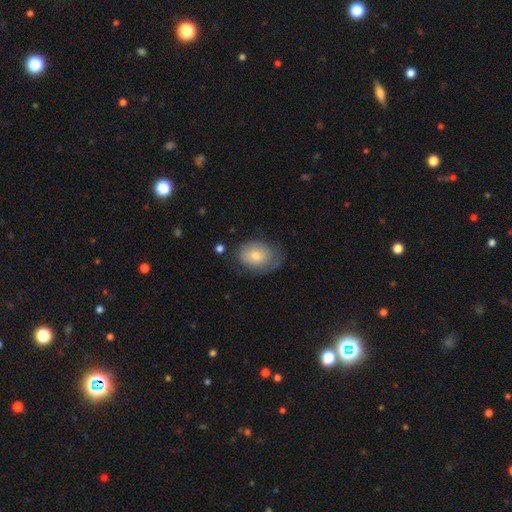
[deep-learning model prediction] This appears to be a smooth galaxy with no disk features (69%) that is in between round and cigar-shaped (69%). Merging: none (52%).